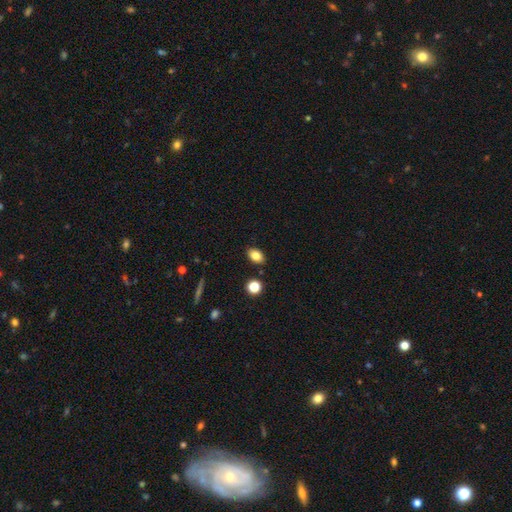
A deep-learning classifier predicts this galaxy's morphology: Smooth or featured: smooth — 83% (star or artifact — 10%)
How rounded: in between — 84% (round — 14%)
Merging: none — 86% (minor disturbance — 9%)